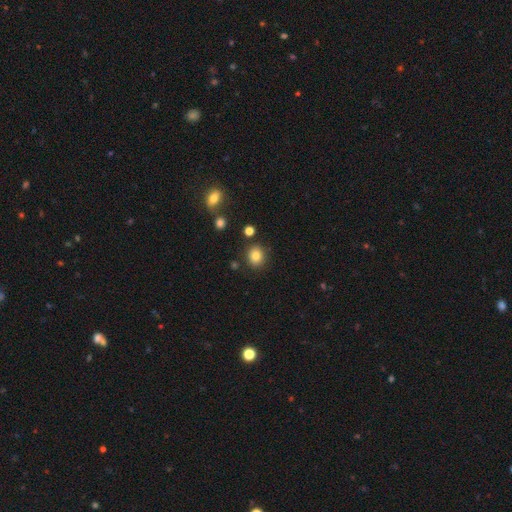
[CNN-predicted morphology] Smooth or featured: smooth — 82% (star or artifact — 11%)
How rounded: round — 74% (in between — 25%)
Merging: none — 86% (minor disturbance — 8%)